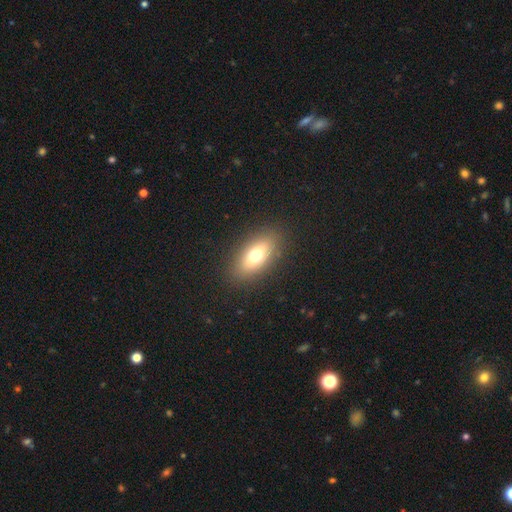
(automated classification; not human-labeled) Morphology: type=smooth (69%); roundness=in between (83%); merging=none (87%).